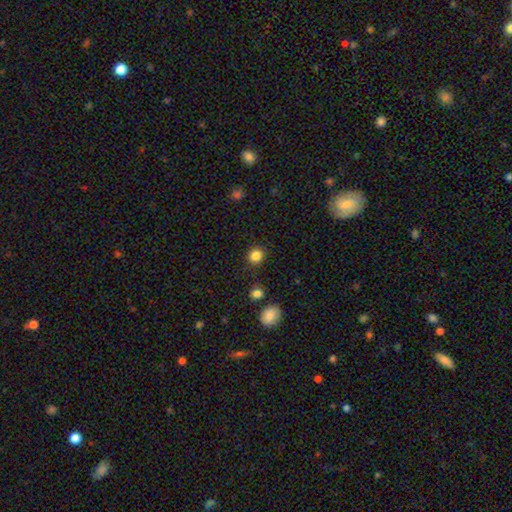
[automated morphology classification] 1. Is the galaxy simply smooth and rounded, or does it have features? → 84% smooth, 12% star or artifact, 4% featured or disk.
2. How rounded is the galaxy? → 87% round, 12% in between, 1% cigar-shaped.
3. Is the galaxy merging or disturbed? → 88% none, 8% minor disturbance, 2% major disturbance, 2% merger.